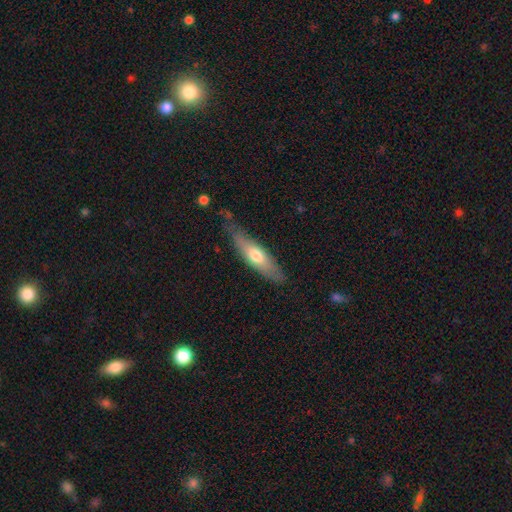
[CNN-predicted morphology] type=smooth (60%); roundness=cigar-shaped (62%); merging=none (71%).